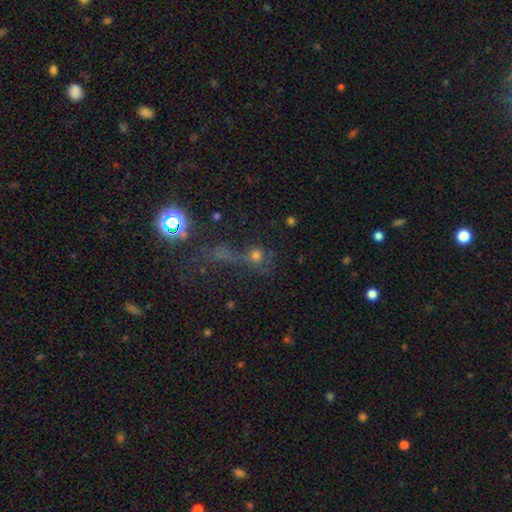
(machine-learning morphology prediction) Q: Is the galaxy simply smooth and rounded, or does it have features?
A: smooth — 46%.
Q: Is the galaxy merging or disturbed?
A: none — 47%.